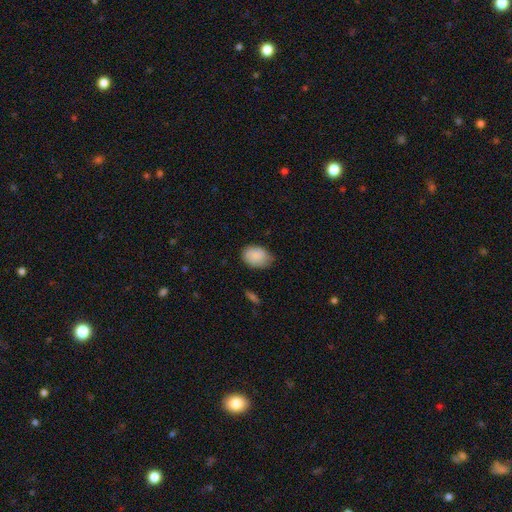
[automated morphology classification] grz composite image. It shows a smooth galaxy with no disk features (87%) that is in between round and cigar-shaped (76%). Merging: none (67%).